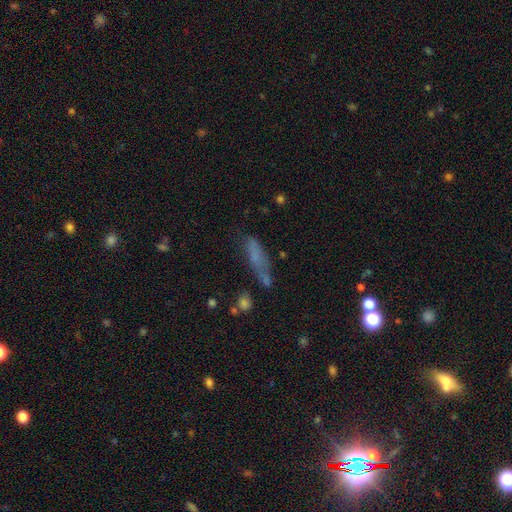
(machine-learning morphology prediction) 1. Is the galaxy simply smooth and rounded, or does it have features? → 59% smooth, 27% featured or disk, 14% star or artifact.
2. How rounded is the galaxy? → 62% cigar-shaped, 35% in between, 3% round.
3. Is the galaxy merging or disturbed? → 49% none, 26% minor disturbance, 15% major disturbance, 11% merger.